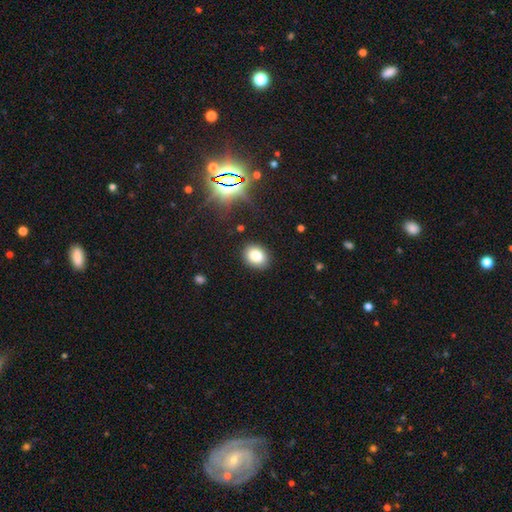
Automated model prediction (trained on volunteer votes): smooth_or_featured: smooth (p=0.81) [alt: star or artifact p=0.12]
how_rounded: in between (p=0.54) [alt: round p=0.45]
merging: none (p=0.87) [alt: minor disturbance p=0.09]